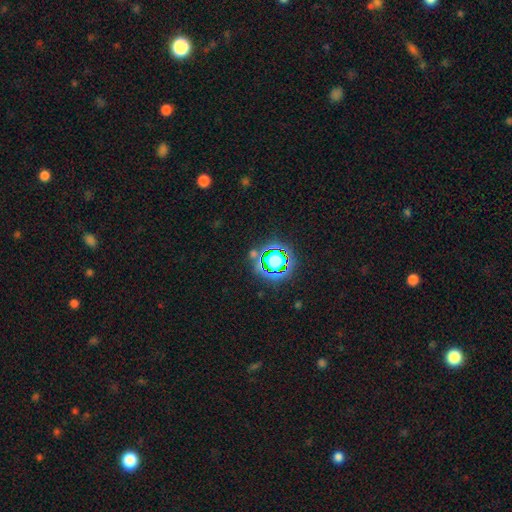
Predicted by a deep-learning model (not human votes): This appears to be a star or artifact, not a galaxy (69%).